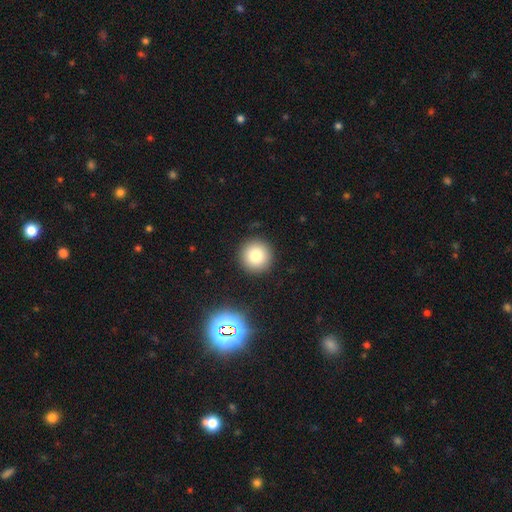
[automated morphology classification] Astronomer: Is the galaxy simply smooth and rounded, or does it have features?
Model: smooth — 79%.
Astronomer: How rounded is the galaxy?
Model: round — 95%.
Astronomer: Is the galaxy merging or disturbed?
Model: none — 91%.